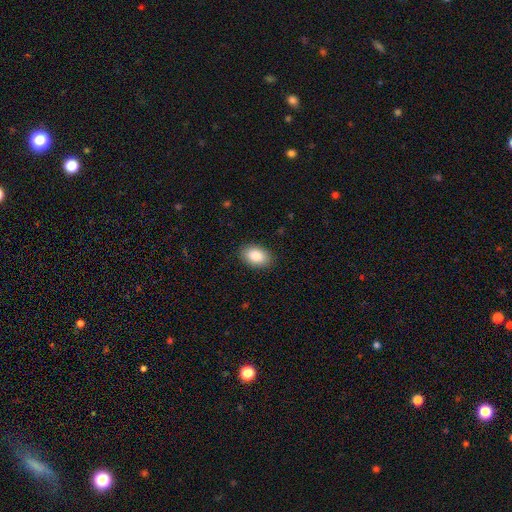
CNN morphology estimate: Smooth or featured: smooth — 87% (star or artifact — 7%)
How rounded: in between — 89% (round — 10%)
Merging: none — 88% (minor disturbance — 9%)